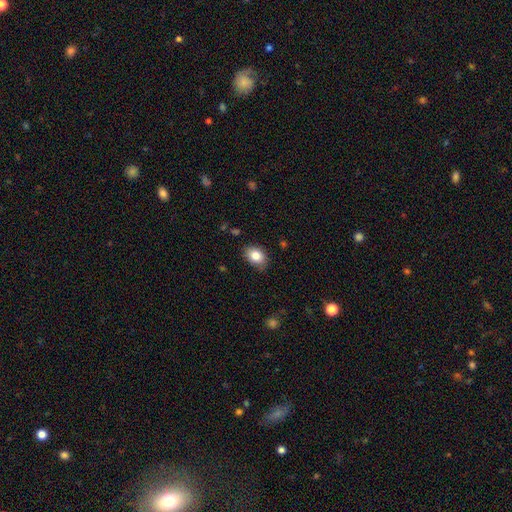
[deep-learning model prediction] Morphology: type=smooth (83%); roundness=in between (76%); merging=none (80%).